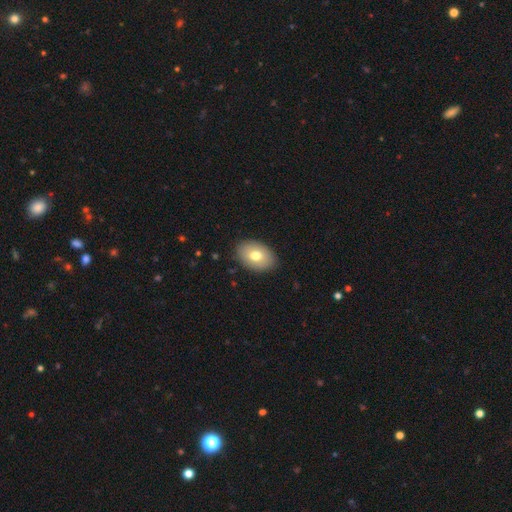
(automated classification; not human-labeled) The model was most divided on "smooth or featured": smooth: 74%, featured or disk: 18%, star or artifact: 7%. More confident: merging — none (88%); how rounded — in between (86%).